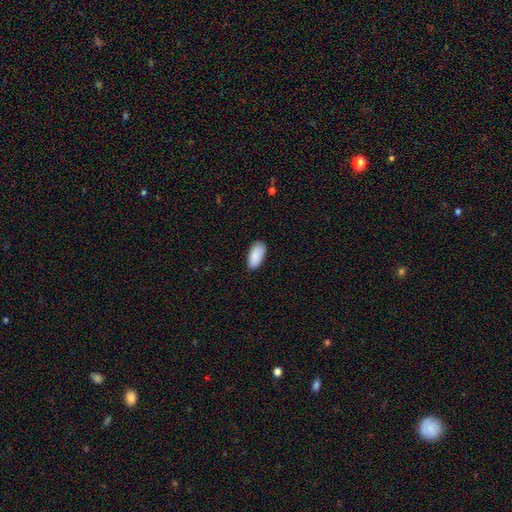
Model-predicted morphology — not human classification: Smooth or featured?
  - smooth: 90% *
  - star or artifact: 6%
  - featured or disk: 4%
How rounded?
  - in between: 94% *
  - cigar-shaped: 4%
  - round: 2%
Merging?
  - none: 84% *
  - minor disturbance: 13%
  - major disturbance: 2%
  - merger: 1%